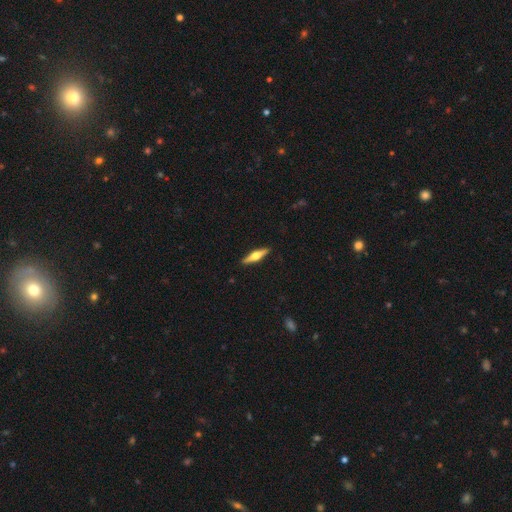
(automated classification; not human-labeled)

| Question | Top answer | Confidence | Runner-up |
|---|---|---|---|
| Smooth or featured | featured or disk | 66% | smooth (29%) |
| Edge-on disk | yes | 97% | no (3%) |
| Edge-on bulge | rounded | 94% | boxy (4%) |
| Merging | none | 91% | minor disturbance (6%) |